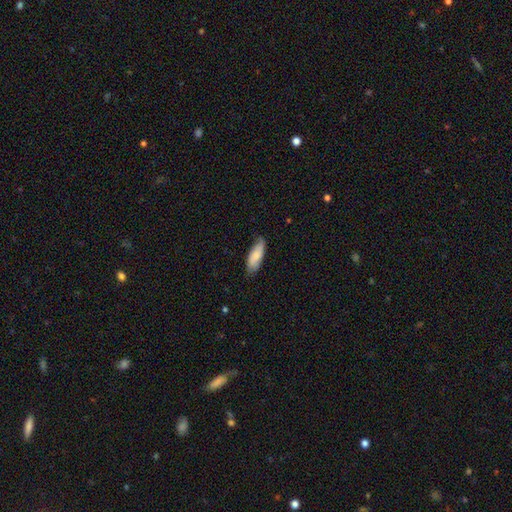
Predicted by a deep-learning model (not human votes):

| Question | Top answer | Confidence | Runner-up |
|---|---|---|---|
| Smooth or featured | smooth | 74% | featured or disk (20%) |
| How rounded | in between | 69% | cigar-shaped (29%) |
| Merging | none | 71% | minor disturbance (24%) |